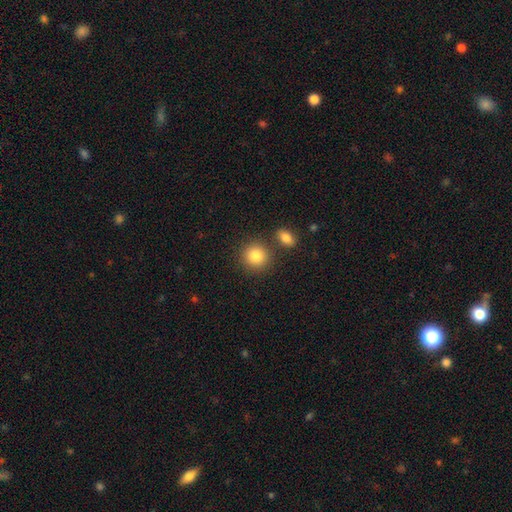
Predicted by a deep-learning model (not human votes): Smooth or featured? Predicted: smooth (p=0.85). How rounded? Predicted: round (p=0.87). Merging? Predicted: none (p=0.79).